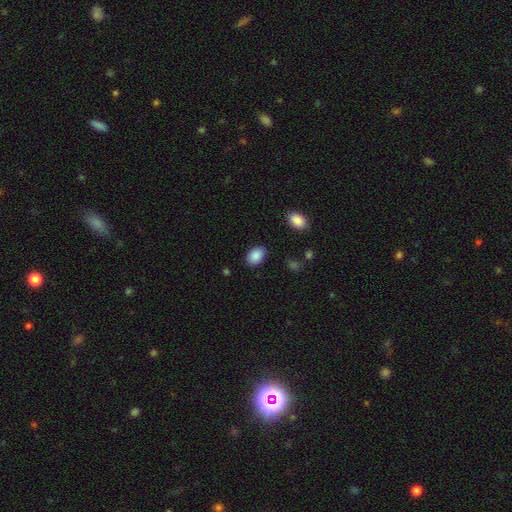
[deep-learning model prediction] This is clearly a smooth galaxy (89%). How rounded: clearly in between (81%). Merging: clearly none (86%).